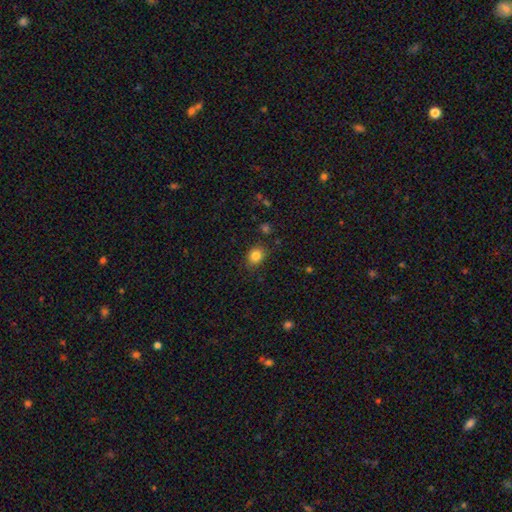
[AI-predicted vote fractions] Smooth or featured?
  - smooth: 84% *
  - star or artifact: 11%
  - featured or disk: 6%
How rounded?
  - round: 54% *
  - in between: 45%
  - cigar-shaped: 1%
Merging?
  - none: 82% *
  - minor disturbance: 13%
  - major disturbance: 3%
  - merger: 2%